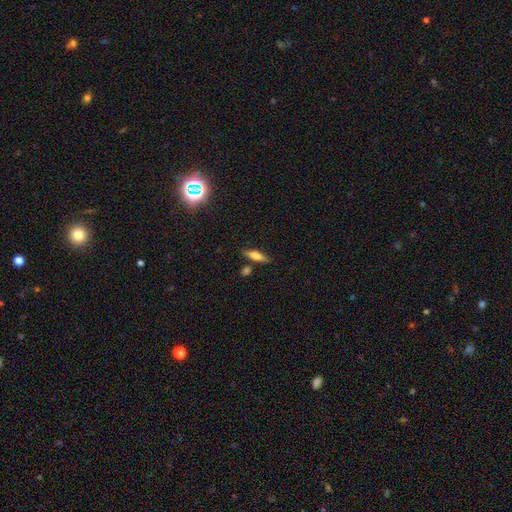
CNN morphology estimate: A smooth galaxy with no disk features (59%) that is cigar-shaped (54%).

Vote fractions:
- Smooth or featured? smooth: 59% / featured or disk: 31% / star or artifact: 10%
- How rounded? cigar-shaped: 54% / in between: 43% / round: 3%
- Merging? none: 77% / minor disturbance: 12% / merger: 7% / major disturbance: 3%